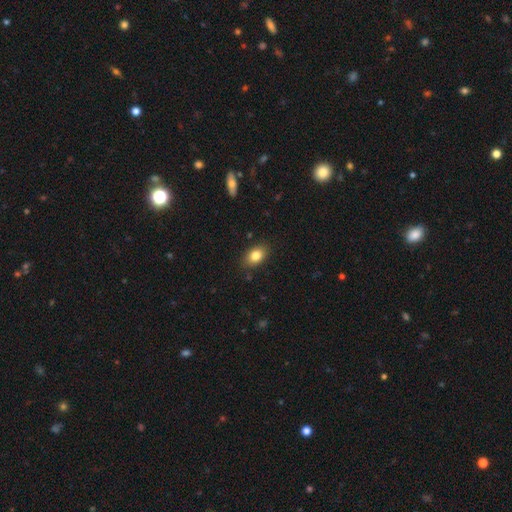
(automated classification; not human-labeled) Overall: smooth (83%). How rounded: in between (81%). Merging: none (85%).